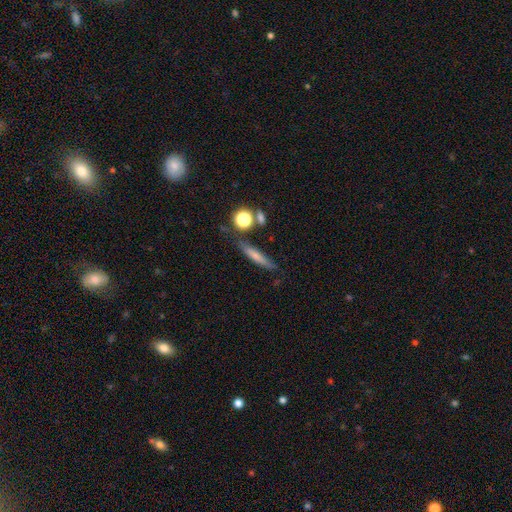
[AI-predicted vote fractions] This is likely a smooth galaxy (66%). How rounded: clearly cigar-shaped (84%). Merging: likely none (76%).